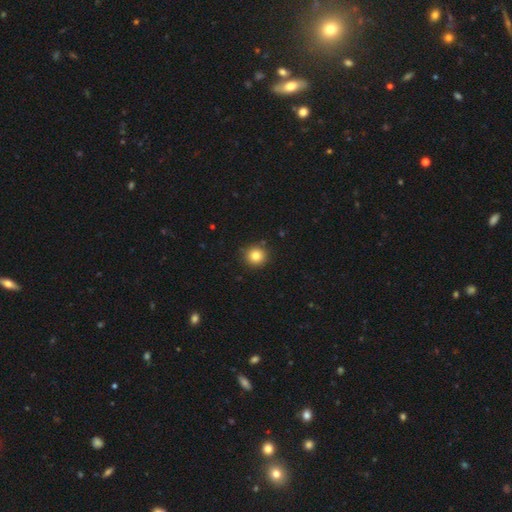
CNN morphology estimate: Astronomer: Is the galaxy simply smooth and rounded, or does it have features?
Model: smooth — 82%.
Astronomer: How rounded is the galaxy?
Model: round — 93%.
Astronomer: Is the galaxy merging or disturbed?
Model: none — 90%.